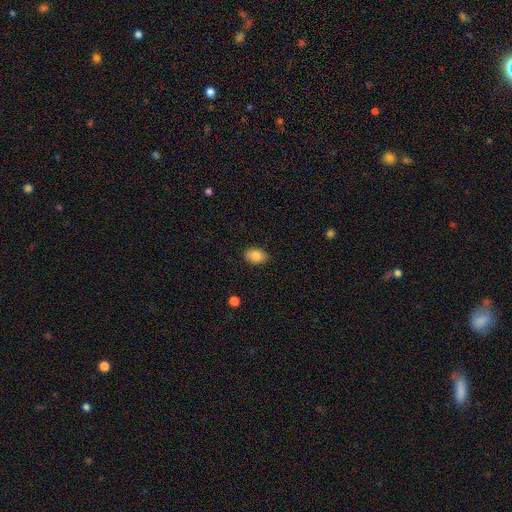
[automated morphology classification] Q: Smooth or featured?
A: smooth (85%); runner-up: featured or disk (8%)
Q: How rounded?
A: in between (86%); runner-up: round (13%)
Q: Merging?
A: none (88%); runner-up: minor disturbance (9%)